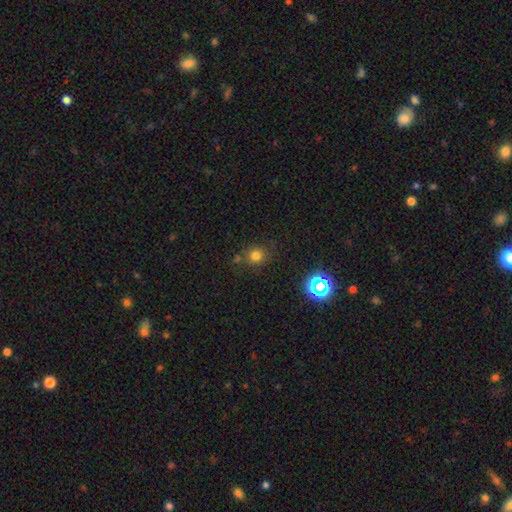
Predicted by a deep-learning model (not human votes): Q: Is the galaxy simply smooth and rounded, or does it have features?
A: smooth — 73%.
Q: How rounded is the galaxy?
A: round — 84%.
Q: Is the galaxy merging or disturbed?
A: none — 73%.